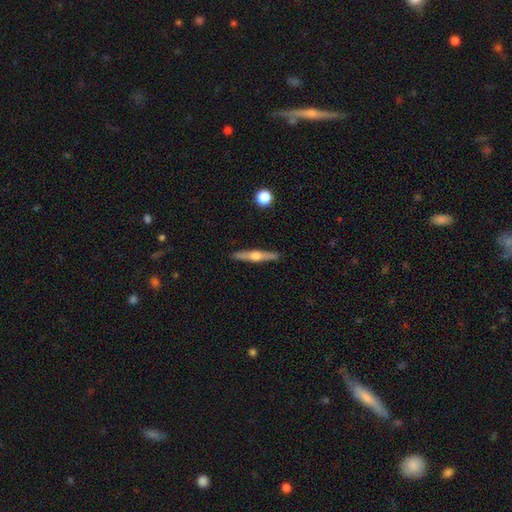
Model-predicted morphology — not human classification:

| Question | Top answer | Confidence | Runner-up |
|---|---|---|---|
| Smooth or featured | featured or disk | 70% | smooth (25%) |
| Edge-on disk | yes | 97% | no (3%) |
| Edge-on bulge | rounded | 94% | none (3%) |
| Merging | none | 91% | minor disturbance (6%) |